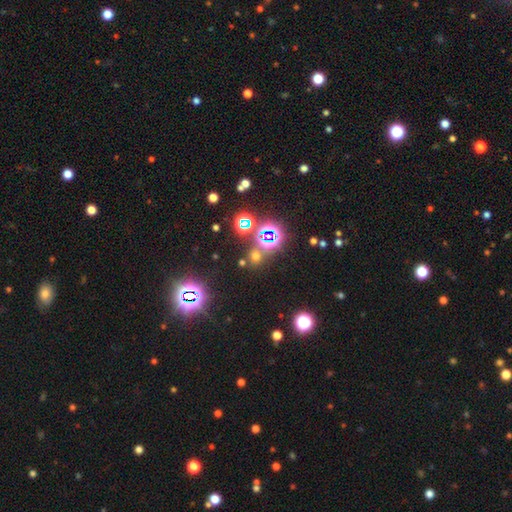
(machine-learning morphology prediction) smooth_or_featured: star or artifact (p=0.53) [alt: smooth p=0.40]